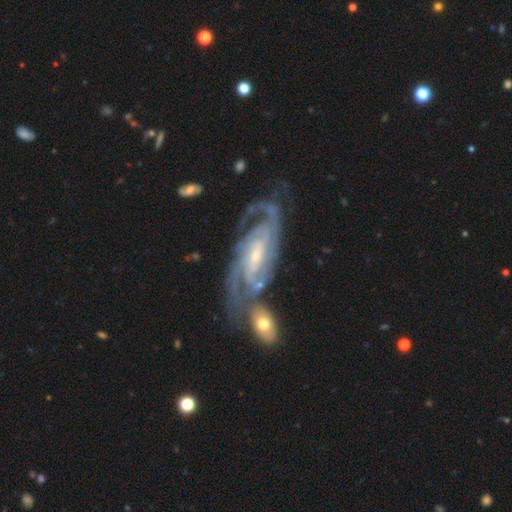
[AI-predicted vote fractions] Smooth or featured: featured or disk — 91% (star or artifact — 4%)
Edge-on disk: no — 94% (yes — 6%)
Bar: weak — 43% (no — 29%)
Spiral arms: yes — 98% (no — 2%)
Spiral winding: tight — 57% (medium — 36%)
Spiral arm count: 2 — 39% (3 — 23%)
Bulge size: small — 66% (moderate — 28%)
Merging: none — 56% (merger — 20%)